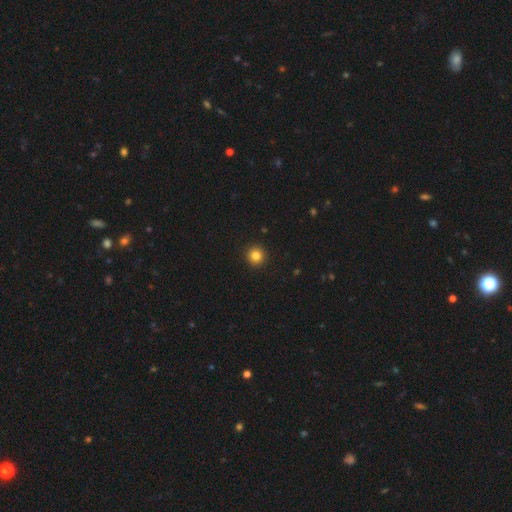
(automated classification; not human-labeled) Overall: smooth (84%). How rounded: round (95%). Merging: none (93%).